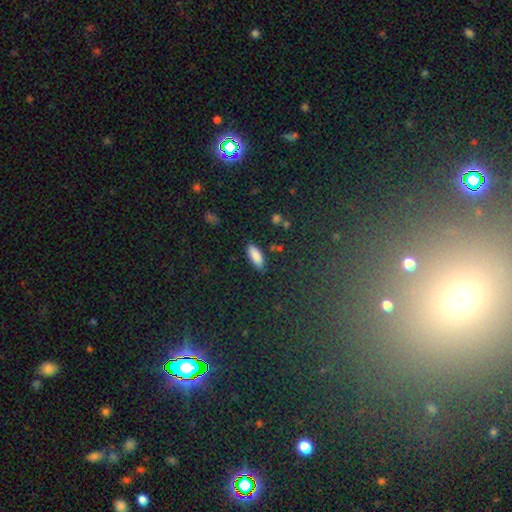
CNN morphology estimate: type=smooth (87%); roundness=in between (73%); merging=none (84%).